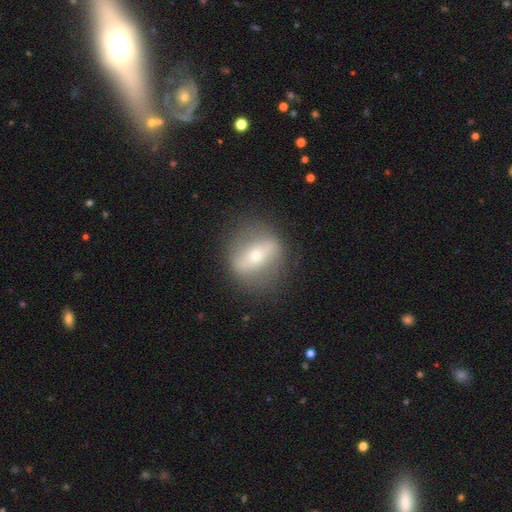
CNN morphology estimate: Overall: featured or disk (63%; smooth 28%). Edge-on disk: no (78%). Merging: none (81%).